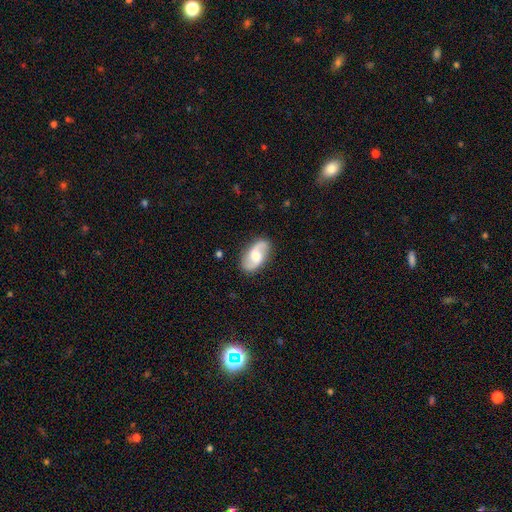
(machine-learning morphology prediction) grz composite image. It shows a featured or disk galaxy (76%) with a weak bar (47%), 2 (92%) loose (54%) spiral arms (94%) and a moderate central bulge (56%). Merging: none (84%).